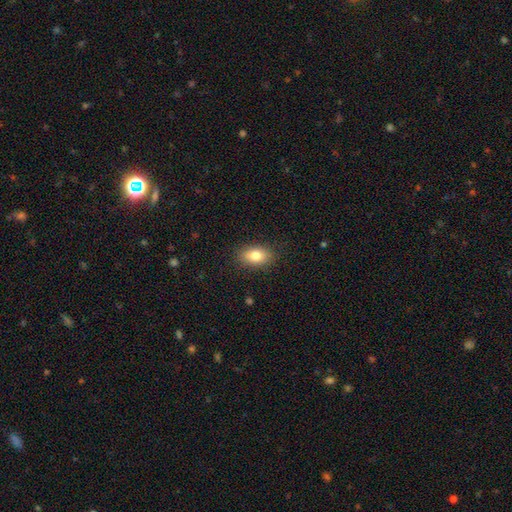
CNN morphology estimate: Smooth or featured: smooth — 80% (featured or disk — 12%)
How rounded: in between — 85% (round — 13%)
Merging: none — 87% (minor disturbance — 9%)